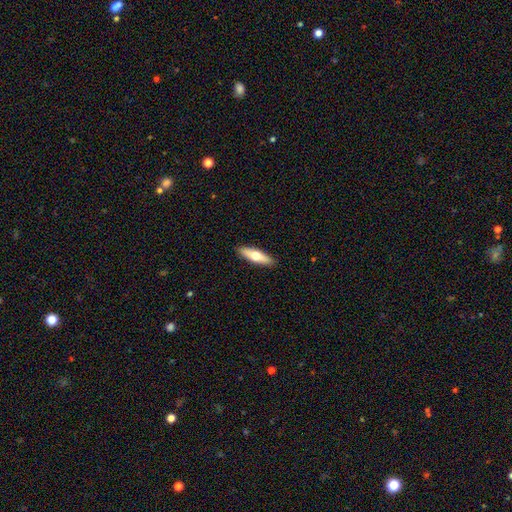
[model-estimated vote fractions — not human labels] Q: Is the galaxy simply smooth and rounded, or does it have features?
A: smooth — 60%.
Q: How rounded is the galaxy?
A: cigar-shaped — 62%.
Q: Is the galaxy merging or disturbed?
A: none — 91%.